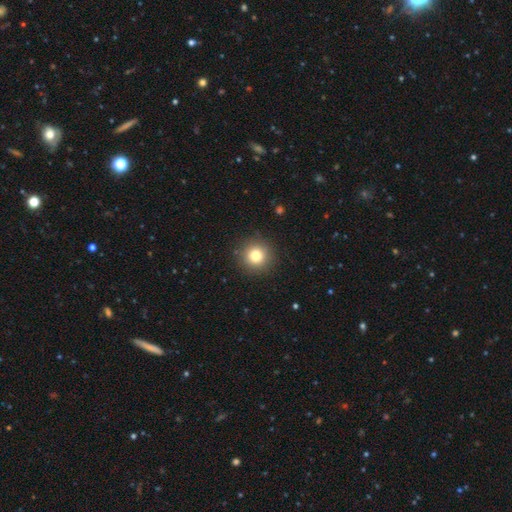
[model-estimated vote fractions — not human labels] smooth-or-featured: smooth: 79% | star or artifact: 12% | featured or disk: 8%
  how-rounded: round: 95% | in between: 4% | cigar-shaped: 1%
  merging: none: 91% | minor disturbance: 6% | major disturbance: 2% | merger: 1%